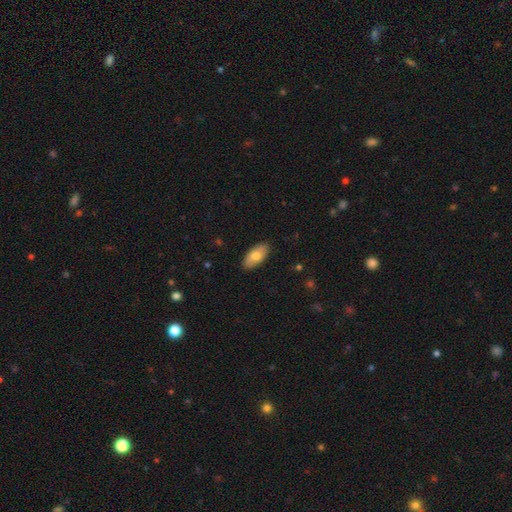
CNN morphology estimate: A smooth galaxy with no disk features (75%) that is in between round and cigar-shaped (91%). Merging: none (88%).